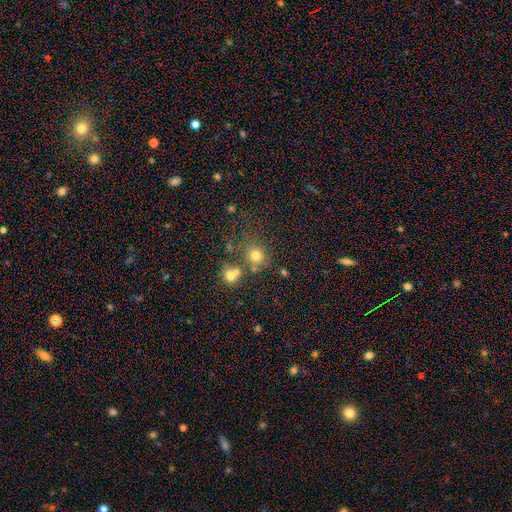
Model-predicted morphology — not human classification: Overall: smooth (71%). How rounded: round (81%). Merging: none (57%; merger 24%).